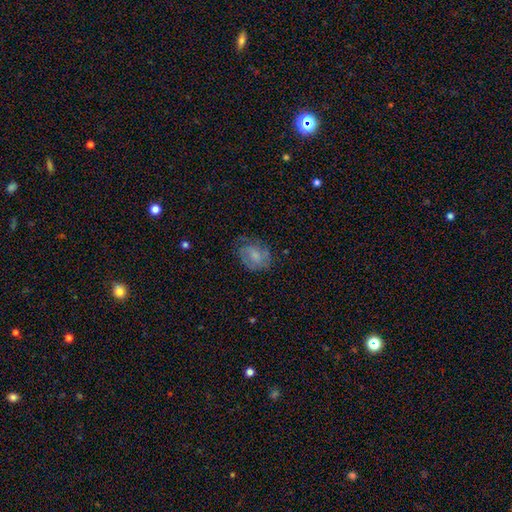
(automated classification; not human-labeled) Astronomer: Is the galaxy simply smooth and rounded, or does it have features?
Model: smooth — 47% (runner-up: featured or disk, 44%).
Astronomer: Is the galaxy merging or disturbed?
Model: none — 58%.